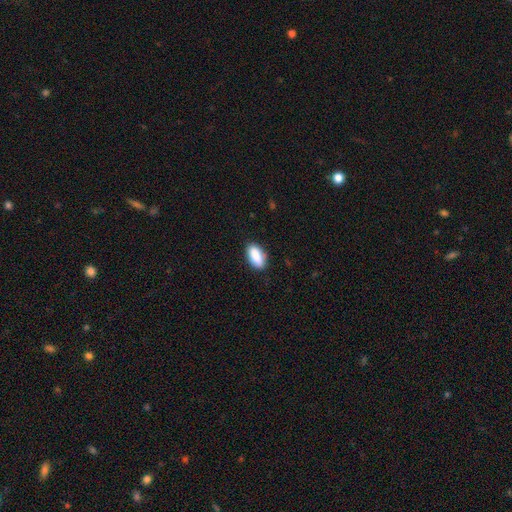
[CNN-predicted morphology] Smooth or featured: smooth — 88% (star or artifact — 7%)
How rounded: in between — 89% (cigar-shaped — 7%)
Merging: none — 84% (minor disturbance — 12%)